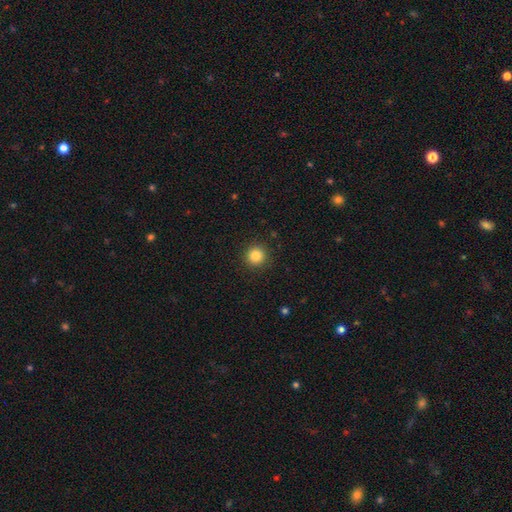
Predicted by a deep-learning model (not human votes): Morphology: type=smooth (84%); roundness=round (95%); merging=none (91%).